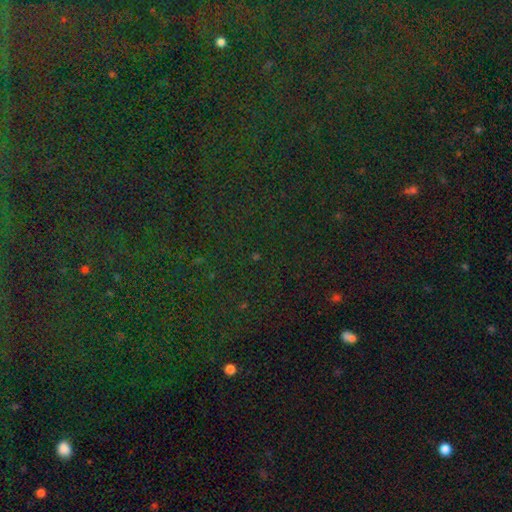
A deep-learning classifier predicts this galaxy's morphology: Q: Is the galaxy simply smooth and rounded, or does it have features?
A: star or artifact — 85%.